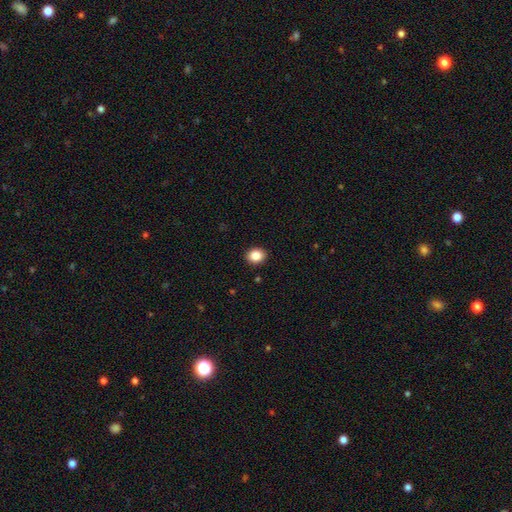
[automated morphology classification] Smooth or featured? Predicted: smooth (p=0.86). How rounded? Predicted: round (p=0.58). Merging? Predicted: none (p=0.91).